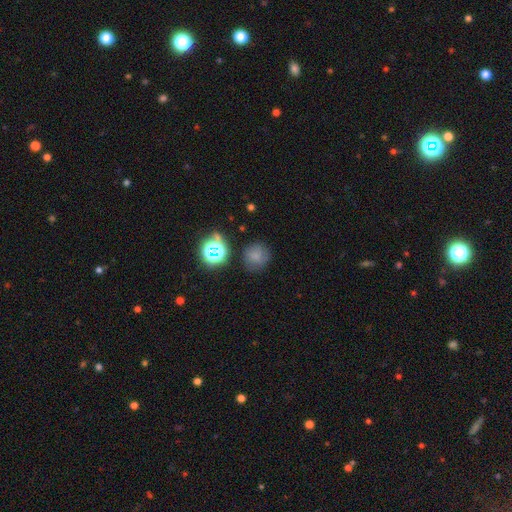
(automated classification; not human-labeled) Q: Smooth or featured?
A: smooth (69%); runner-up: star or artifact (20%)
Q: How rounded?
A: round (88%); runner-up: in between (11%)
Q: Merging?
A: none (74%); runner-up: minor disturbance (16%)